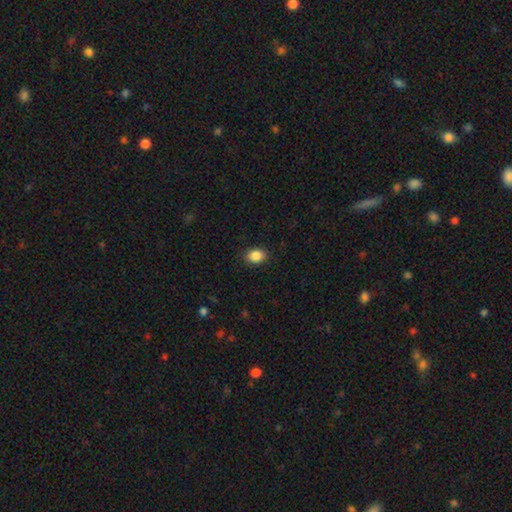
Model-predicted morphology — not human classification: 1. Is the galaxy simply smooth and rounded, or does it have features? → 87% smooth, 9% star or artifact, 4% featured or disk.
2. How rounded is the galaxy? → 60% in between, 39% round, 1% cigar-shaped.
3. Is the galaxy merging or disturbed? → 88% none, 8% minor disturbance, 2% major disturbance, 1% merger.